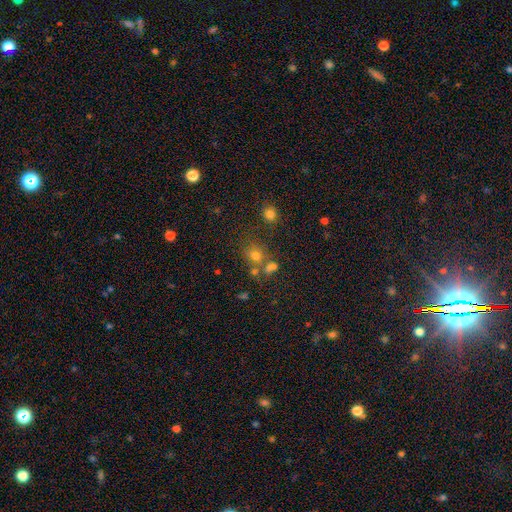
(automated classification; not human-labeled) smooth_or_featured: smooth (p=0.62) [alt: star or artifact p=0.27]
how_rounded: round (p=0.68) [alt: in between p=0.30]
merging: none (p=0.58) [alt: merger p=0.26]